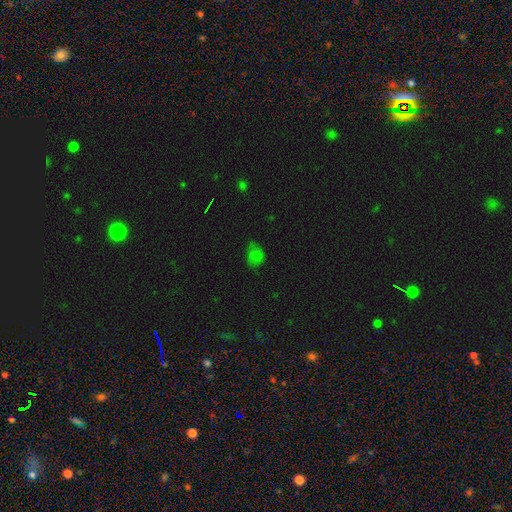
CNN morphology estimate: The model was most divided on "merging": none: 52%, minor disturbance: 32%, major disturbance: 14%, merger: 2%. More confident: smooth or featured — smooth (65%); how rounded — in between (60%).